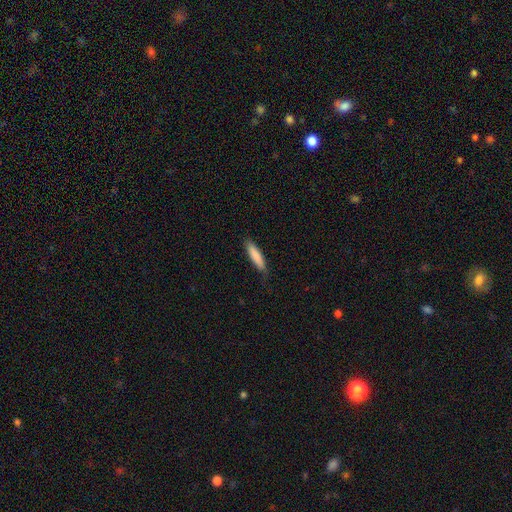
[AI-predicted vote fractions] Smooth or featured? Predicted: smooth (p=0.84). How rounded? Predicted: cigar-shaped (p=0.80). Merging? Predicted: none (p=0.79).